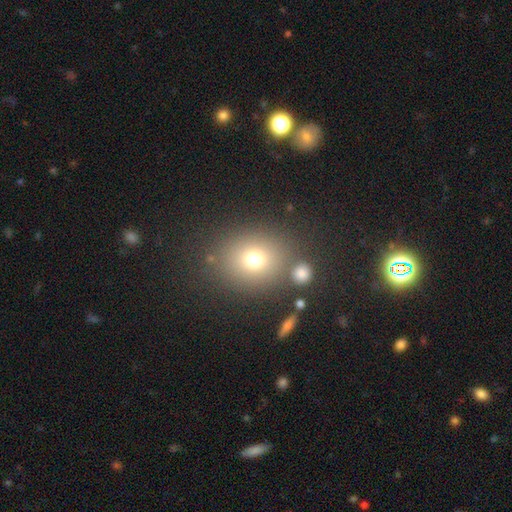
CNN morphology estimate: Smooth or featured: smooth — 73% (star or artifact — 17%)
How rounded: round — 64% (in between — 35%)
Merging: none — 75% (minor disturbance — 11%)